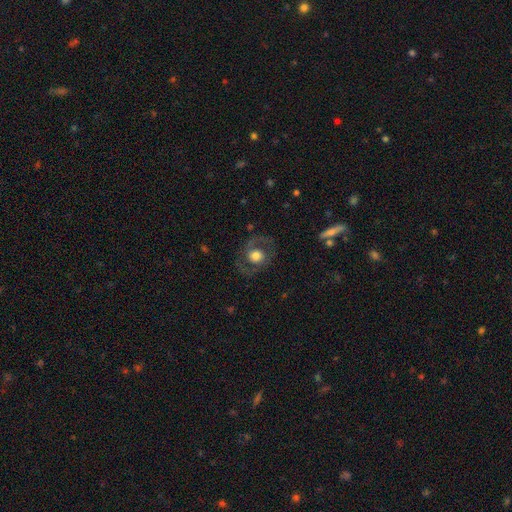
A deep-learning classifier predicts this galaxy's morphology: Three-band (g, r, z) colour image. It shows a featured or disk galaxy (55%) with no bar (78%), spiral arms (55%) and a large central bulge (48%). Merging: none (76%).